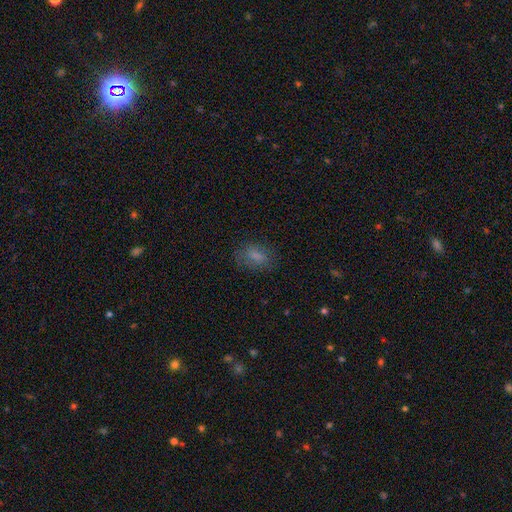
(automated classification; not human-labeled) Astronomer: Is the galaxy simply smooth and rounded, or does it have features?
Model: smooth — 78%.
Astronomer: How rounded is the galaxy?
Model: in between — 81%.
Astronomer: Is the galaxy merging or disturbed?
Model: none — 75%.